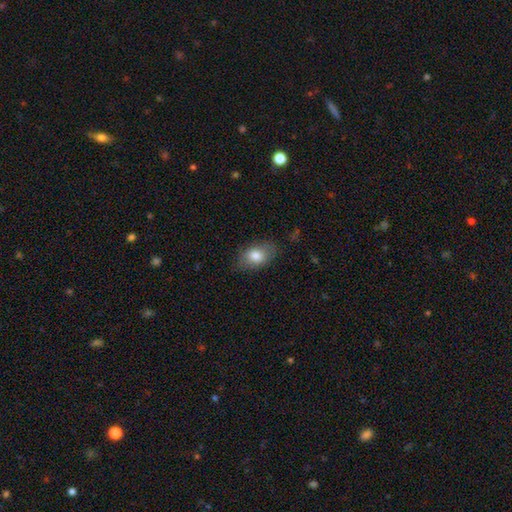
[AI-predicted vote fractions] smooth-or-featured: smooth: 80% | featured or disk: 12% | star or artifact: 8%
  how-rounded: in between: 84% | round: 14% | cigar-shaped: 2%
  merging: none: 76% | minor disturbance: 18% | major disturbance: 5% | merger: 1%